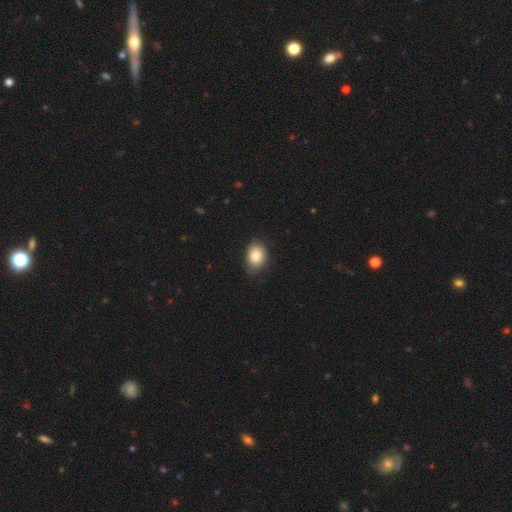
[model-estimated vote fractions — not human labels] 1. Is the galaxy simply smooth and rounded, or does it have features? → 83% smooth, 10% featured or disk, 8% star or artifact.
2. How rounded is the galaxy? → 66% in between, 33% round, 1% cigar-shaped.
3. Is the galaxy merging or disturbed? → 74% none, 21% minor disturbance, 4% major disturbance, 1% merger.